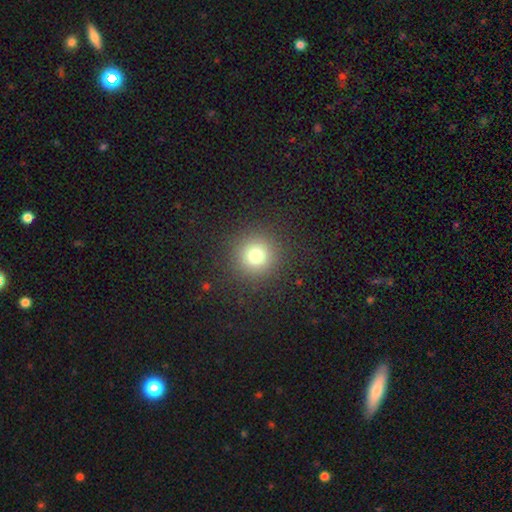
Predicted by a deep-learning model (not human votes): Morphology: type=smooth (75%); roundness=round (95%); merging=none (90%).